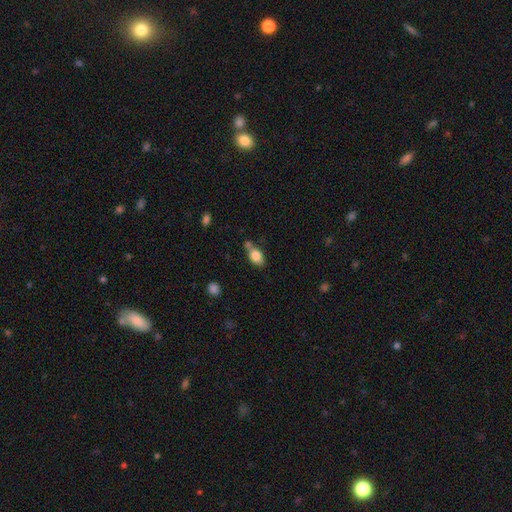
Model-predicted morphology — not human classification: Smooth or featured? Predicted: smooth (p=0.82). How rounded? Predicted: in between (p=0.85). Merging? Predicted: none (p=0.56).